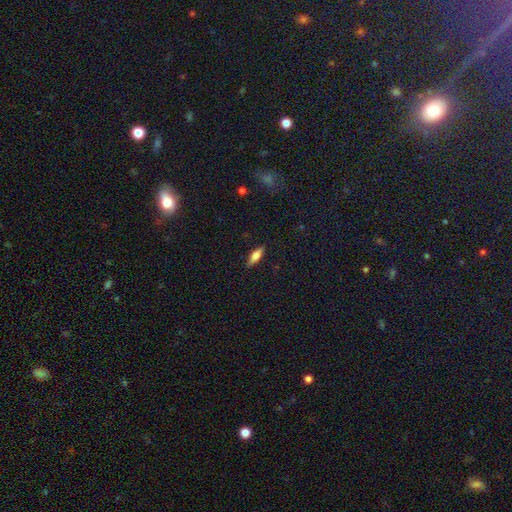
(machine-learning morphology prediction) smooth_or_featured: smooth (p=0.61) [alt: featured or disk p=0.32]
how_rounded: in between (p=0.50) [alt: cigar-shaped p=0.48]
merging: none (p=0.88) [alt: minor disturbance p=0.09]